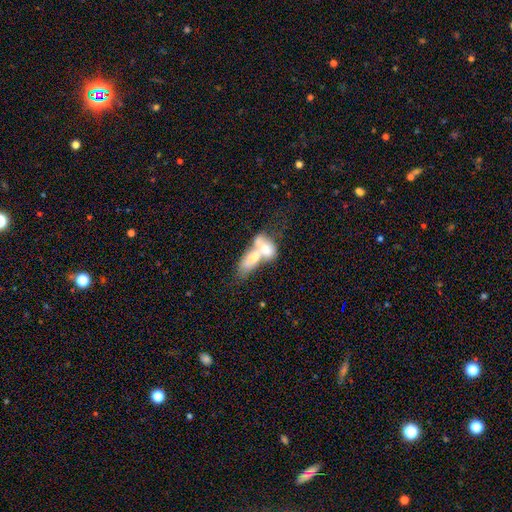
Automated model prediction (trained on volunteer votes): Smooth or featured: smooth — 58% (featured or disk — 35%)
How rounded: in between — 77% (cigar-shaped — 16%)
Merging: merger — 78% (none — 9%)